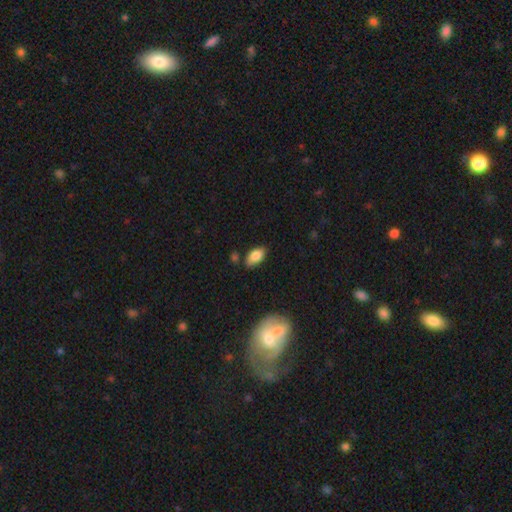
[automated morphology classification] Smooth or featured: smooth — 83% (featured or disk — 9%)
How rounded: in between — 92% (cigar-shaped — 4%)
Merging: none — 79% (minor disturbance — 15%)